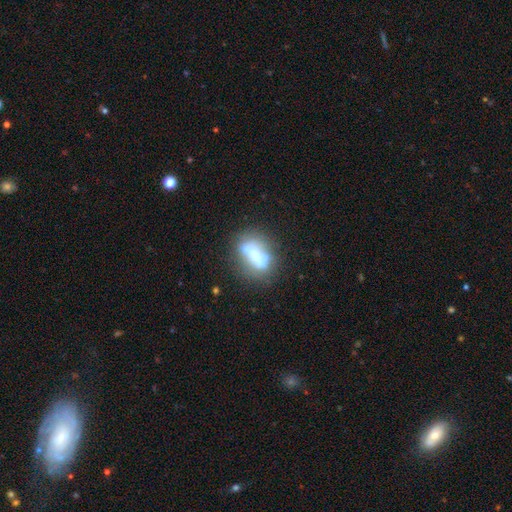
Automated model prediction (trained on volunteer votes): featured or disk 48%, smooth 41%, star or artifact 11%. Down the decision tree: merging — none (44%).